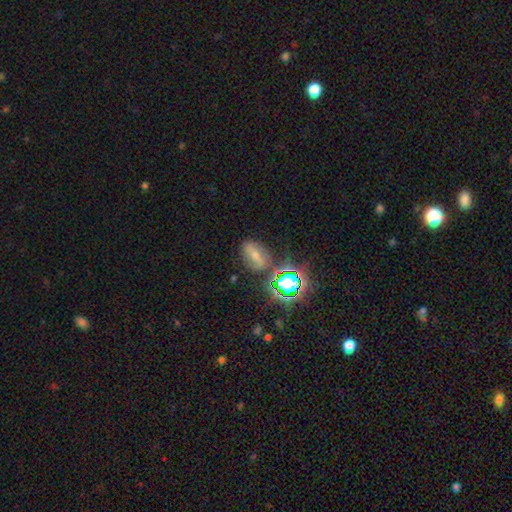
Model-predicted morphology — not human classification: A smooth galaxy with no disk features (42%).

Vote fractions:
- Smooth or featured? smooth: 42% / featured or disk: 31% / star or artifact: 27%
- Merging? none: 66% / minor disturbance: 19% / major disturbance: 8% / merger: 7%